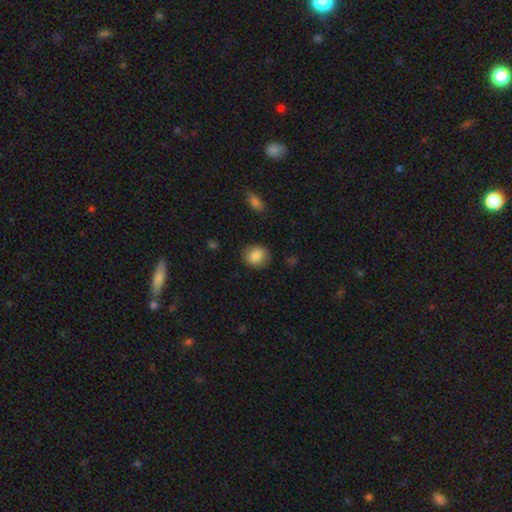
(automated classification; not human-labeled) smooth-or-featured: smooth: 86% | star or artifact: 8% | featured or disk: 6%
  how-rounded: round: 69% | in between: 30% | cigar-shaped: 1%
  merging: none: 84% | minor disturbance: 12% | major disturbance: 3% | merger: 1%